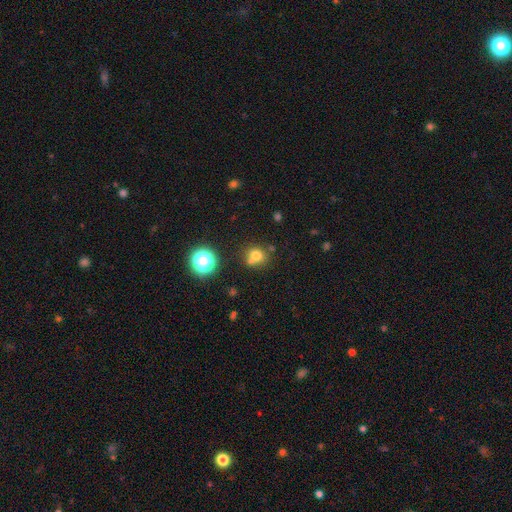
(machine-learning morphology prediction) Q: Smooth or featured?
A: smooth (72%); runner-up: star or artifact (17%)
Q: How rounded?
A: round (78%); runner-up: in between (21%)
Q: Merging?
A: none (55%); runner-up: merger (30%)